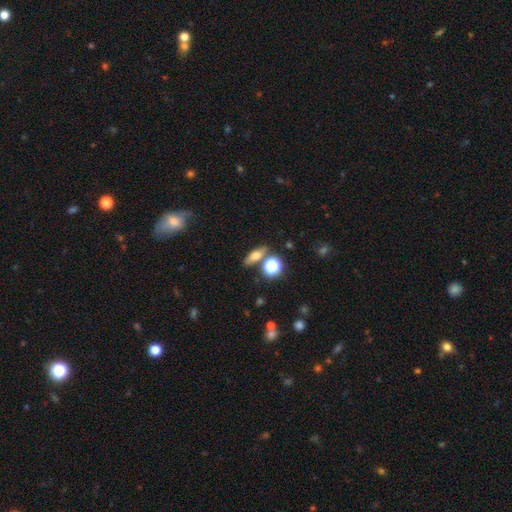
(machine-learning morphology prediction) The model was most divided on "how rounded": in between: 54%, cigar-shaped: 29%, round: 17%. More confident: merging — none (73%); smooth or featured — smooth (64%).